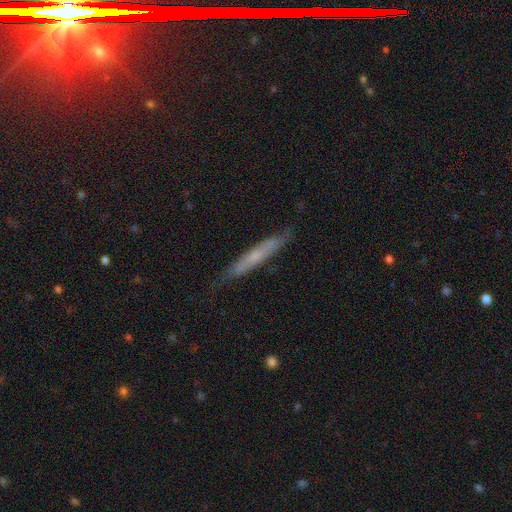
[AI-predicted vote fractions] Morphology: type=featured or disk (49%); merging=none (79%).